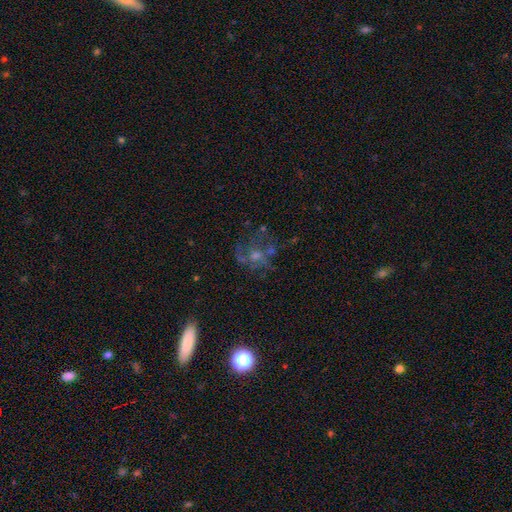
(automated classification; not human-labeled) A featured or disk galaxy (54%) with no bar (77%), spiral arms (56%) and a moderate central bulge (42%). Merging: none (57%).